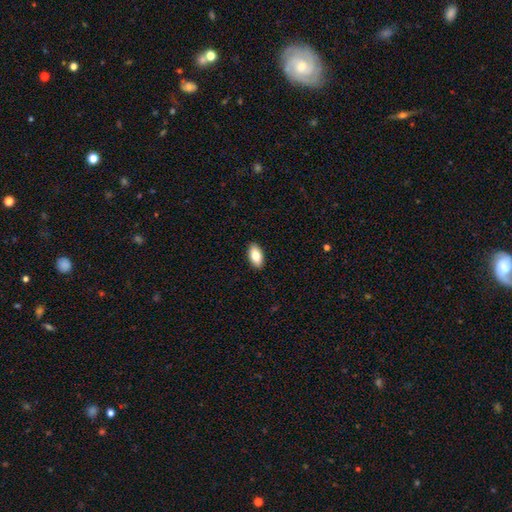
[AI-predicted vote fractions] Morphology: type=smooth (82%); roundness=in between (93%); merging=none (90%).